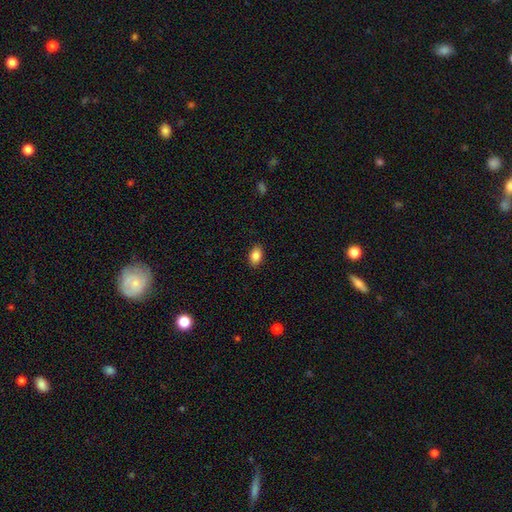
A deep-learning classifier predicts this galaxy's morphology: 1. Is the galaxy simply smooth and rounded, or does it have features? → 86% smooth, 8% star or artifact, 6% featured or disk.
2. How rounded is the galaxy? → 88% in between, 10% round, 2% cigar-shaped.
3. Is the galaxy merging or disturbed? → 89% none, 8% minor disturbance, 2% major disturbance, 1% merger.